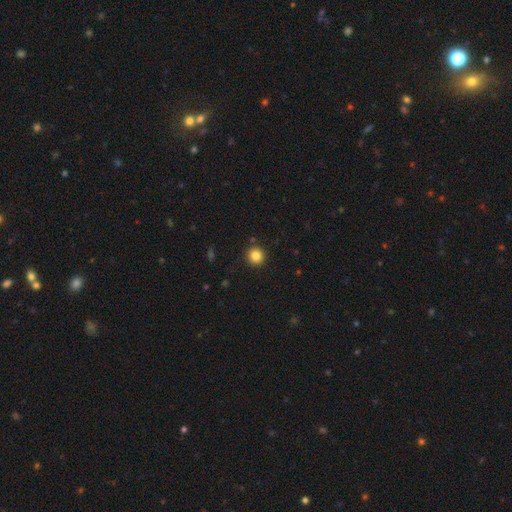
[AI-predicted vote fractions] Q: Smooth or featured?
A: smooth (84%); runner-up: star or artifact (11%)
Q: How rounded?
A: round (93%); runner-up: in between (6%)
Q: Merging?
A: none (91%); runner-up: minor disturbance (6%)